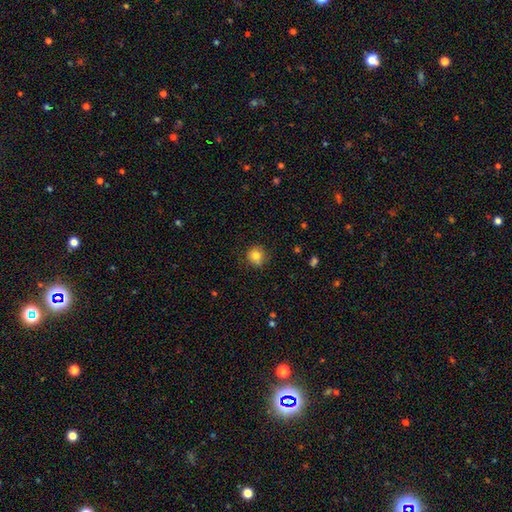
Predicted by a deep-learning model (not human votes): smooth 81%, star or artifact 11%, featured or disk 8%. Down the decision tree: how rounded — round (90%); merging — none (78%).